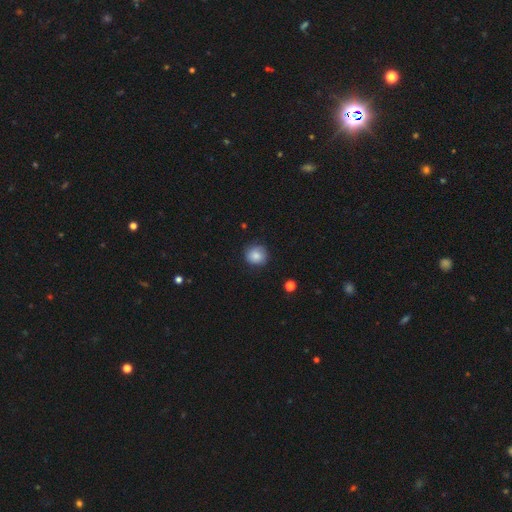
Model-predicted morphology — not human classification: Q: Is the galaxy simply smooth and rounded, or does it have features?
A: smooth — 82%.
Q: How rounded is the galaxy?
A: round — 90%.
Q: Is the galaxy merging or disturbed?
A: none — 82%.